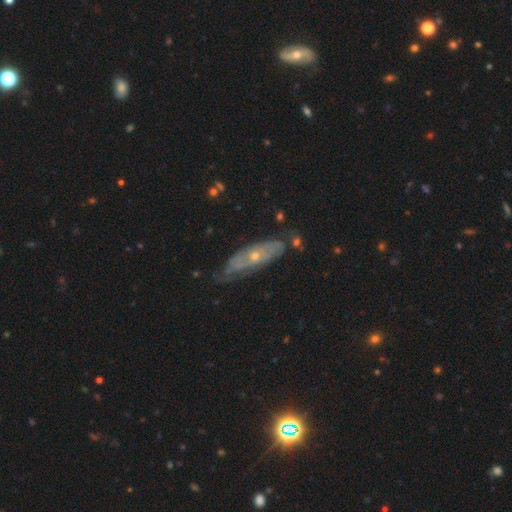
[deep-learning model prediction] Smooth or featured? Predicted: featured or disk (p=0.67). Edge-on disk? Predicted: no (p=0.67). Merging? Predicted: none (p=0.60).